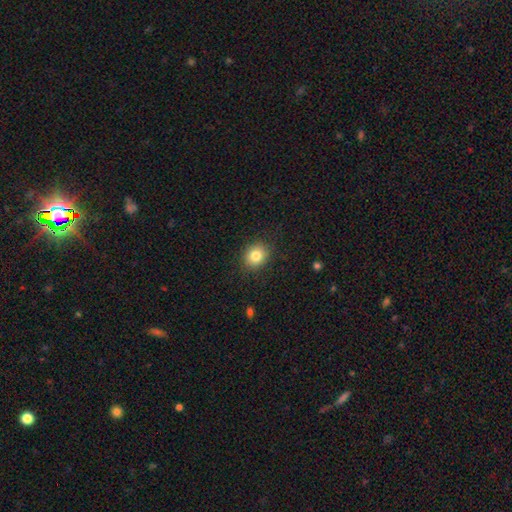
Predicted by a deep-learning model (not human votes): smooth 83%, star or artifact 10%, featured or disk 7%. Down the decision tree: how rounded — round (70%); merging — none (88%).